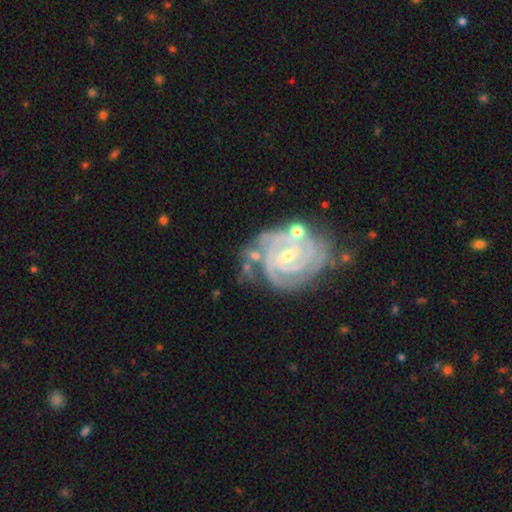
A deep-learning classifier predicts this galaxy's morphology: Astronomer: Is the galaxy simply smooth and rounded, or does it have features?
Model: featured or disk — 91%.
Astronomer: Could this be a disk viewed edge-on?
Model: no — 98%.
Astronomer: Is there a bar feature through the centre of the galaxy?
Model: weak — 45% (runner-up: no, 35%).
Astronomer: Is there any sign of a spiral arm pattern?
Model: yes — 98%.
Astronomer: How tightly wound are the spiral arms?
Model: tight — 79%.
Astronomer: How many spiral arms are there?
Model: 3 — 36% (runner-up: 2, 27%).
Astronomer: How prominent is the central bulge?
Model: small — 61% (runner-up: moderate, 36%).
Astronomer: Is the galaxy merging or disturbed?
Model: none — 61%.